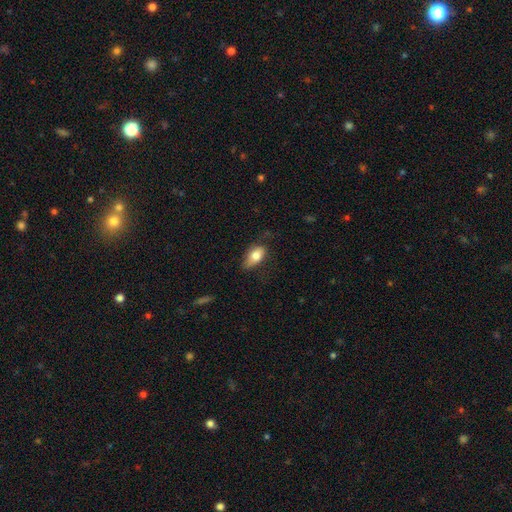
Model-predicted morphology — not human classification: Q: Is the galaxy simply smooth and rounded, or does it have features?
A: smooth — 77%.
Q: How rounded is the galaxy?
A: in between — 89%.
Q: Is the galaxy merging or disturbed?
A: none — 57%.